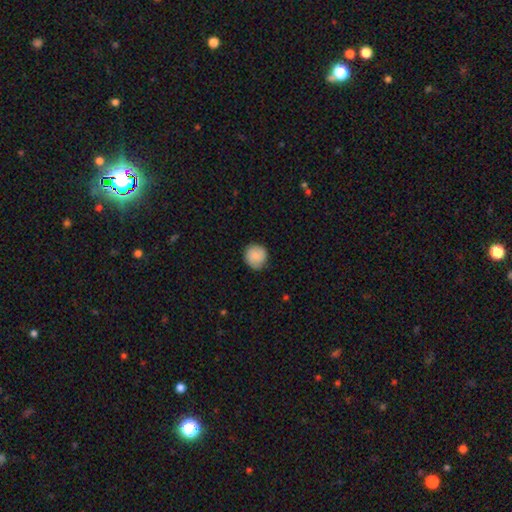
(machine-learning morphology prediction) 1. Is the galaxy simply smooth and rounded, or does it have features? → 84% smooth, 9% featured or disk, 7% star or artifact.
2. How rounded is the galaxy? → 91% round, 8% in between, 1% cigar-shaped.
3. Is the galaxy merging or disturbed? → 83% none, 13% minor disturbance, 3% major disturbance, 1% merger.